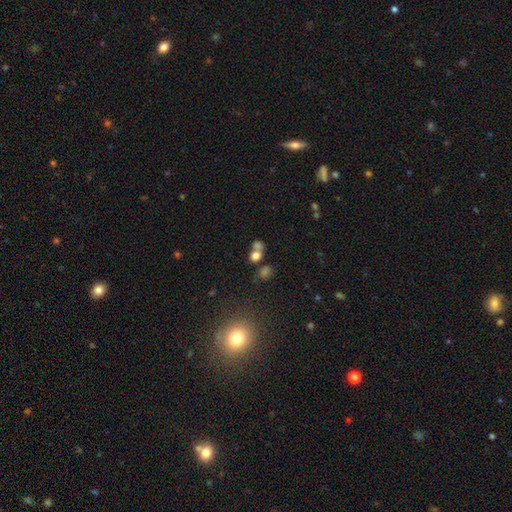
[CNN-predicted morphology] This appears to be a smooth galaxy with no disk features (72%) that is round (60%). Merging: merger (50%).